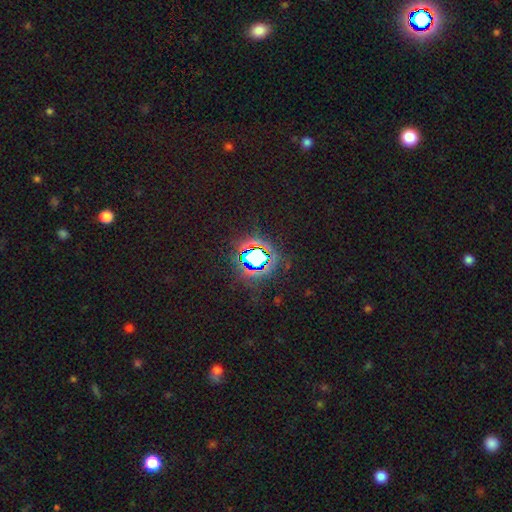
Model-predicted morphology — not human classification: The model was most divided on "smooth or featured": star or artifact: 81%, smooth: 12%, featured or disk: 7%.